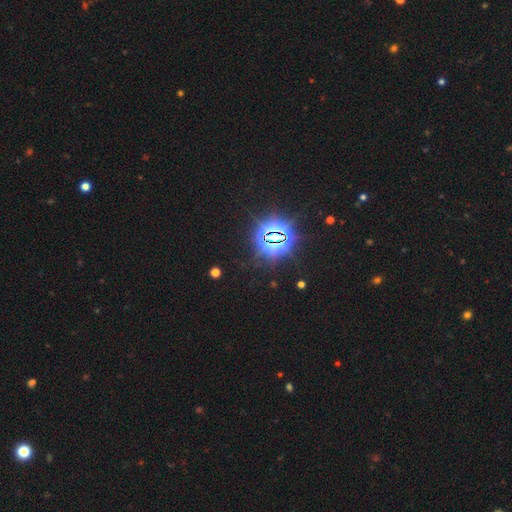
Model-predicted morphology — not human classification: Smooth or featured? star or artifact (83%)